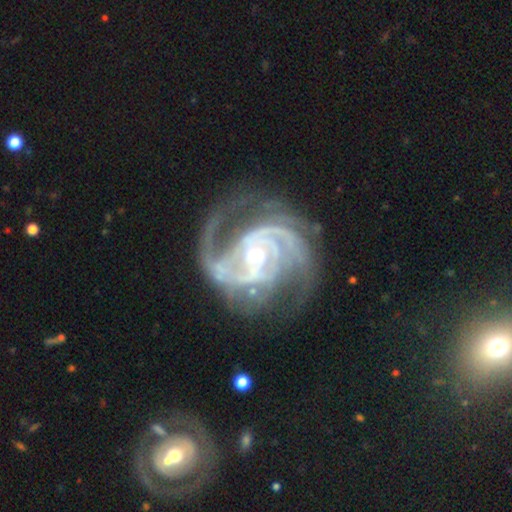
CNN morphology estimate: smooth-or-featured: featured or disk: 93% | star or artifact: 4% | smooth: 3%
  disk-edge-on: no: 98% | yes: 2%
    bar: no: 43% | weak: 34% | strong: 23%
    has-spiral-arms: yes: 98% | no: 2%
      spiral-winding: medium: 47% | tight: 43% | loose: 10%
      spiral-arm-count: 2: 46% | 3: 26% | can't tell: 10% | 4: 7% | 1: 6% | more than 4: 6%
    bulge-size: moderate: 52% | small: 45% | large: 2% | none: 1% | dominant: 1%
  merging: none: 64% | minor disturbance: 19% | major disturbance: 15% | merger: 2%